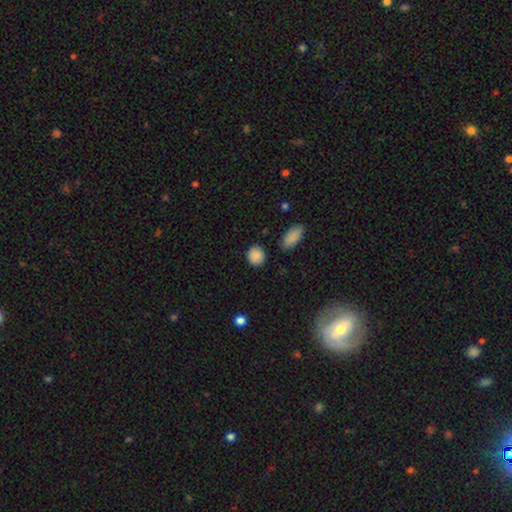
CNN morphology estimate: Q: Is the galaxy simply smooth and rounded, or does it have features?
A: smooth — 88%.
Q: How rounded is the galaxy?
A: round — 76%.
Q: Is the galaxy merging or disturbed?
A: none — 85%.